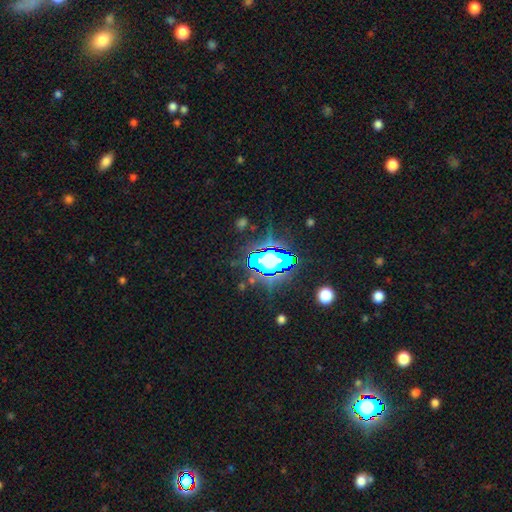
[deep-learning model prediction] Smooth or featured: star or artifact — 76% (smooth — 13%)